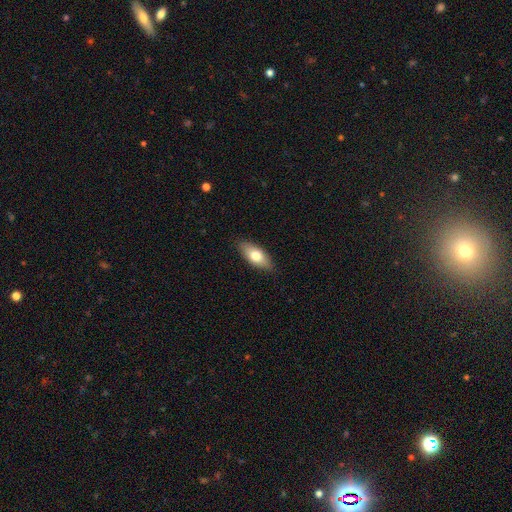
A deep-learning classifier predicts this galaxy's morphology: This is likely a smooth galaxy (72%). How rounded: clearly in between (83%). Merging: clearly none (86%).